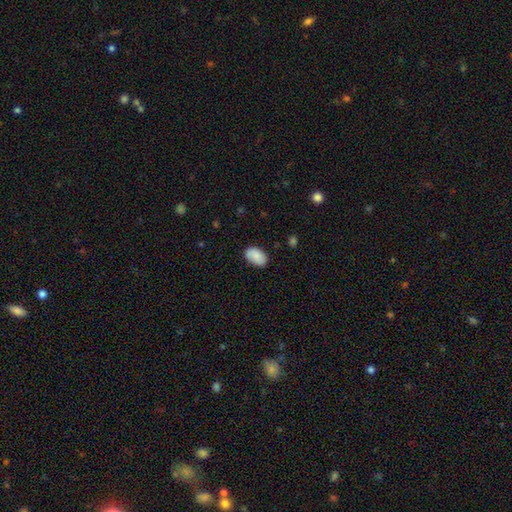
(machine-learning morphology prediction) This appears to be a smooth galaxy with no disk features (87%) that is in between round and cigar-shaped (92%). Merging: none (80%).